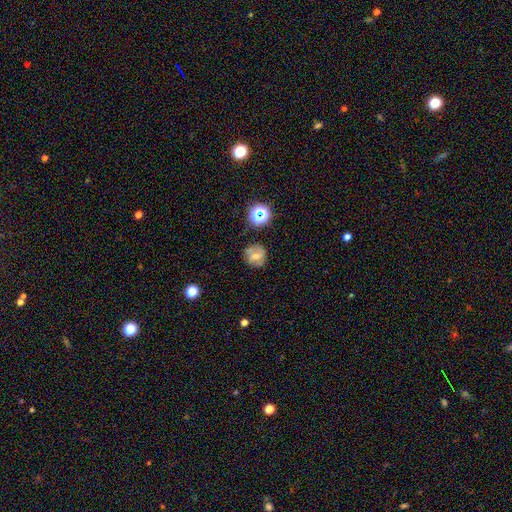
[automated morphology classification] smooth 48%, featured or disk 37%, star or artifact 15%. Down the decision tree: merging — none (72%).